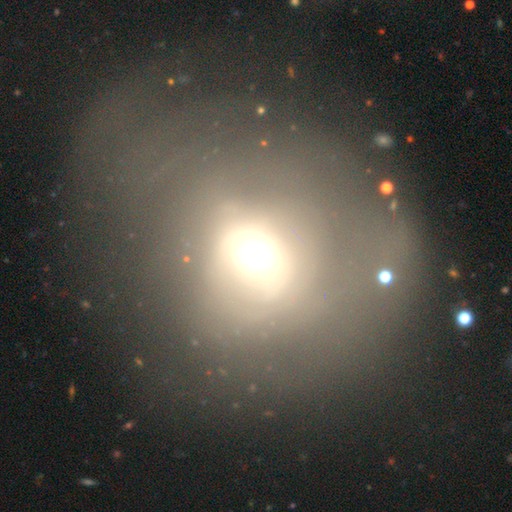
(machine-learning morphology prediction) Q: Smooth or featured?
A: smooth (45%); runner-up: featured or disk (38%)
Q: Merging?
A: none (38%); runner-up: major disturbance (36%)